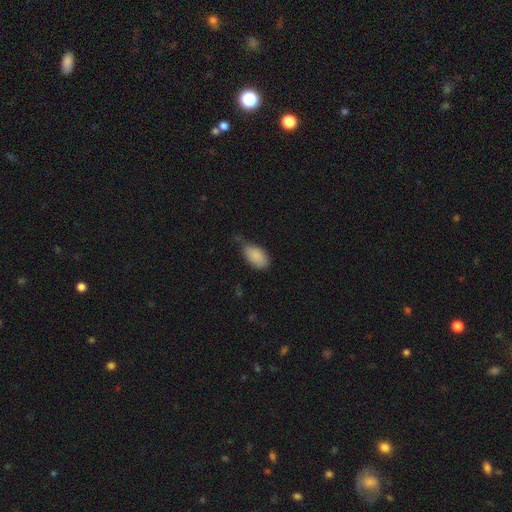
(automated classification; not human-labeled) This is clearly a smooth galaxy (87%). How rounded: clearly in between (94%). Merging: marginally minor disturbance (44%).